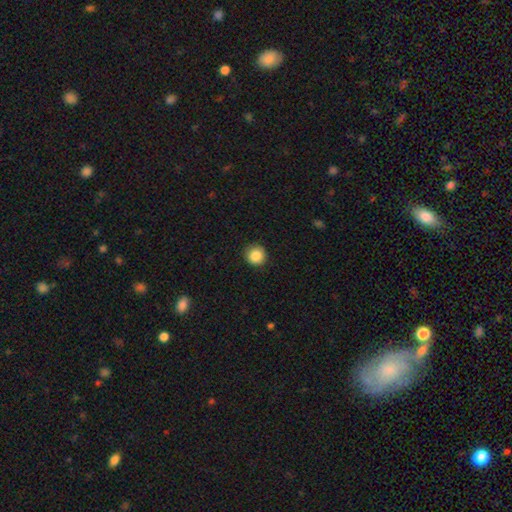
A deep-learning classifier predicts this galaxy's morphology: This appears to be a smooth galaxy with no disk features (87%) that is round (95%). Merging: none (91%).